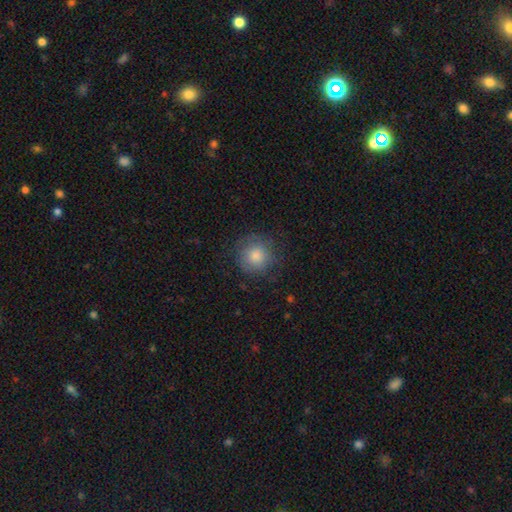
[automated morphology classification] Q: Smooth or featured?
A: smooth (78%); runner-up: featured or disk (13%)
Q: How rounded?
A: round (93%); runner-up: in between (6%)
Q: Merging?
A: none (79%); runner-up: minor disturbance (14%)